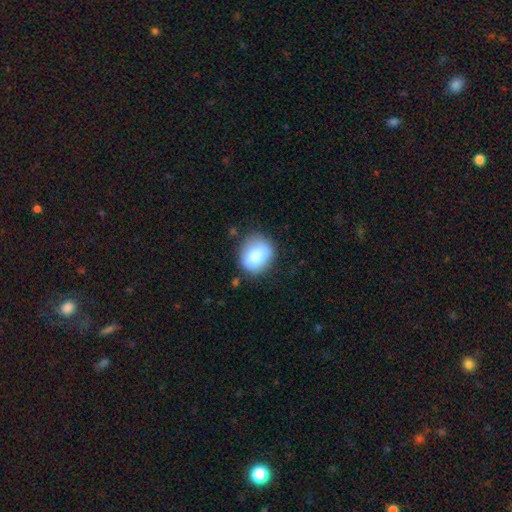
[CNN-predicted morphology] smooth 80%, featured or disk 12%, star or artifact 8%. Down the decision tree: how rounded — round (61%); merging — none (73%).